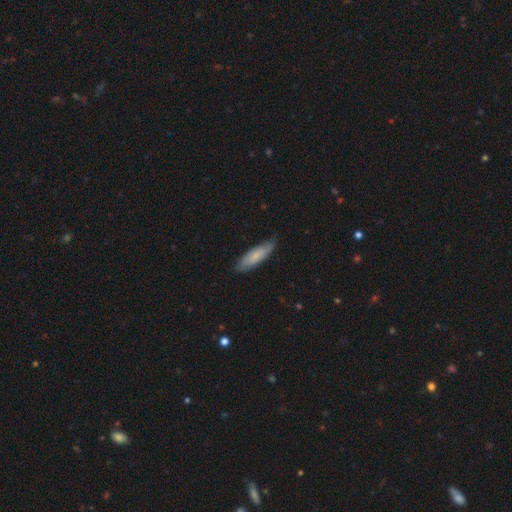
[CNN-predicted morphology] Smooth or featured?
  - smooth: 73% *
  - featured or disk: 22%
  - star or artifact: 5%
How rounded?
  - cigar-shaped: 57% *
  - in between: 41%
  - round: 2%
Merging?
  - none: 80% *
  - minor disturbance: 16%
  - major disturbance: 2%
  - merger: 1%